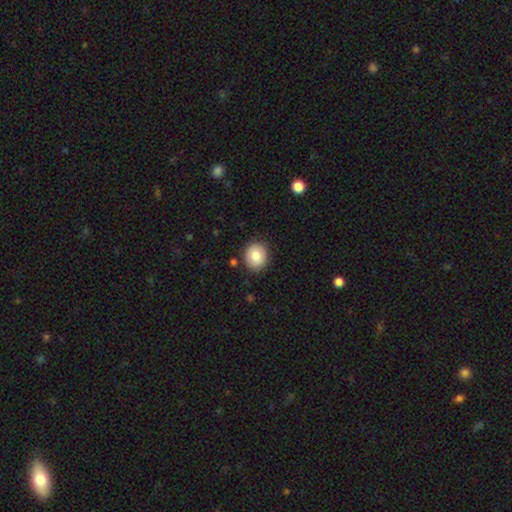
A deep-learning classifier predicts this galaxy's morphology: smooth 82%, featured or disk 10%, star or artifact 8%. Down the decision tree: how rounded — round (74%); merging — none (88%).